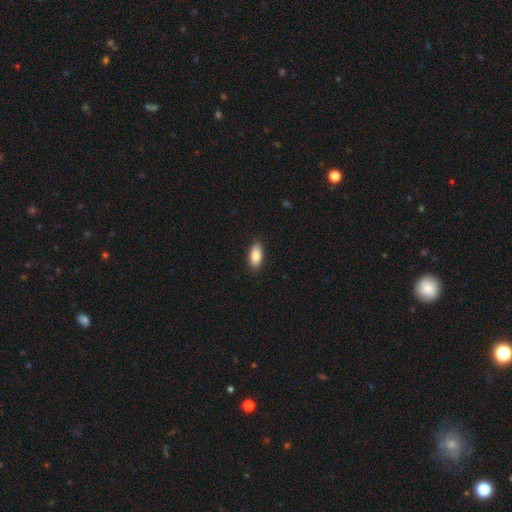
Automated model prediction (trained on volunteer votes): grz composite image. It shows a smooth galaxy with no disk features (86%) that is in between round and cigar-shaped (85%). Merging: none (89%).